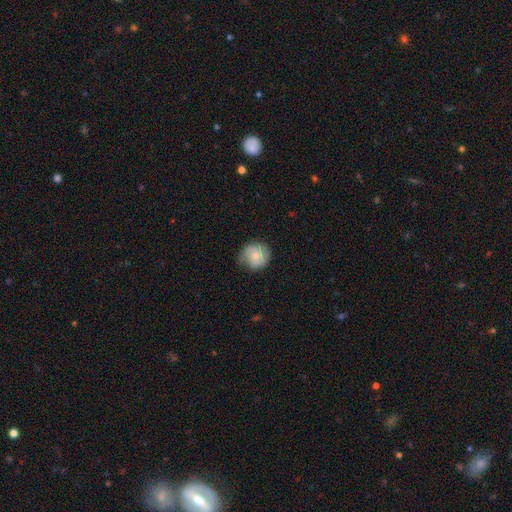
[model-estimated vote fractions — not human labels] This appears to be a smooth galaxy with no disk features (71%) that is round (91%). Merging: none (71%).